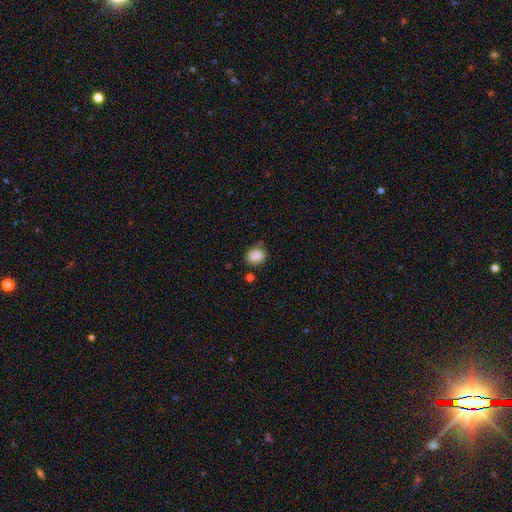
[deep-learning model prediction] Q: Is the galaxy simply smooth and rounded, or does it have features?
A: smooth — 87%.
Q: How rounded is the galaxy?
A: in between — 50%.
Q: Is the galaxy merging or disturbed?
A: none — 73%.